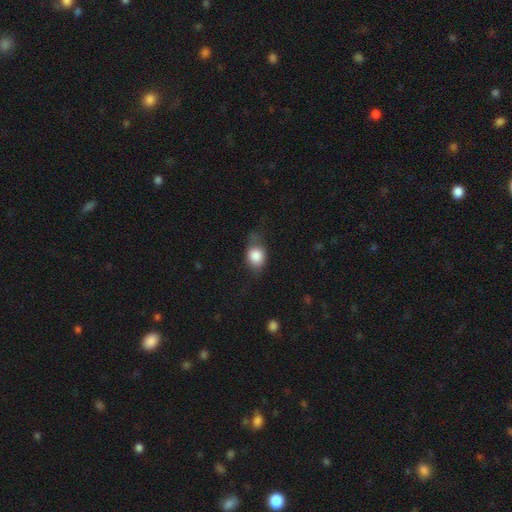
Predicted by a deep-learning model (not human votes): Smooth or featured: smooth — 78% (featured or disk — 14%)
How rounded: in between — 51% (round — 47%)
Merging: none — 51% (minor disturbance — 31%)